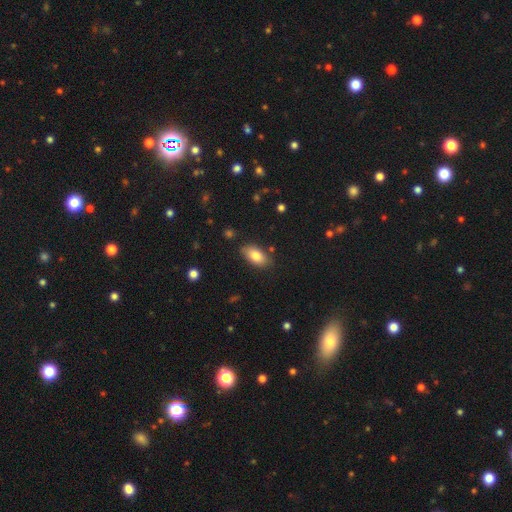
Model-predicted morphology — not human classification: A smooth galaxy with no disk features (81%) that is in between round and cigar-shaped (92%).

Vote fractions:
- Smooth or featured? smooth: 81% / featured or disk: 11% / star or artifact: 7%
- How rounded? in between: 92% / cigar-shaped: 4% / round: 4%
- Merging? none: 81% / minor disturbance: 14% / major disturbance: 3% / merger: 2%